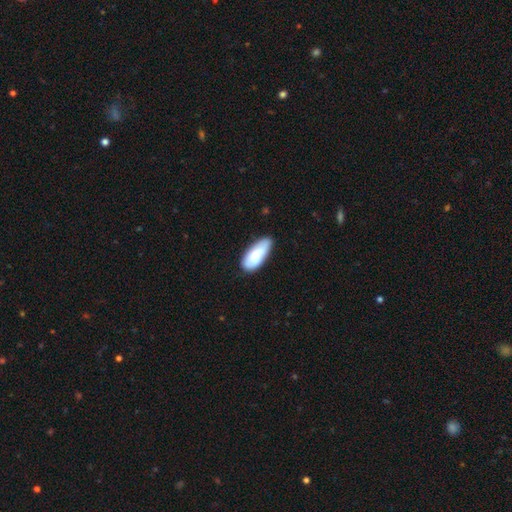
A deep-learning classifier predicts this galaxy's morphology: smooth 75%, featured or disk 20%, star or artifact 6%. Down the decision tree: how rounded — in between (83%); merging — none (65%).